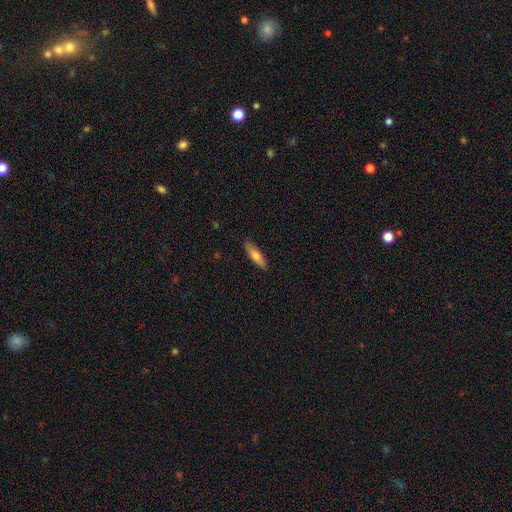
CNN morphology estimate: A smooth galaxy with no disk features (70%) that is cigar-shaped (70%).

Vote fractions:
- Smooth or featured? smooth: 70% / featured or disk: 24% / star or artifact: 6%
- How rounded? cigar-shaped: 70% / in between: 28% / round: 2%
- Merging? none: 86% / minor disturbance: 11% / major disturbance: 2% / merger: 1%